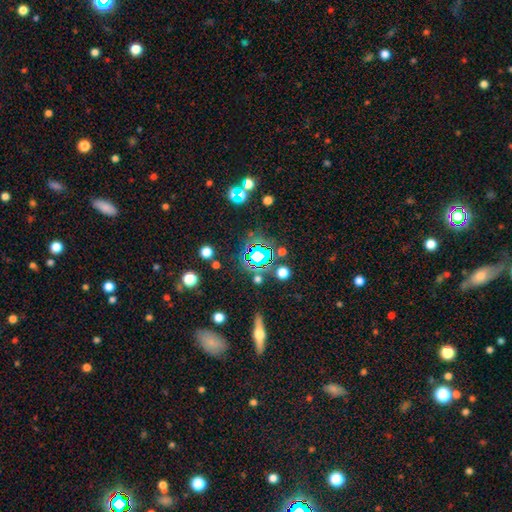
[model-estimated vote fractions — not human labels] Smooth or featured? Predicted: star or artifact (p=0.62).